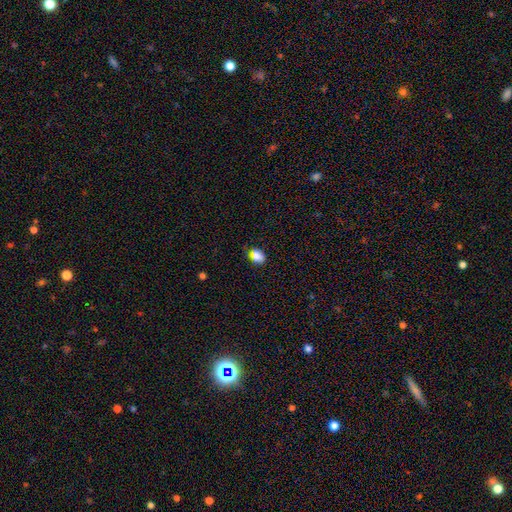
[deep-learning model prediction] Smooth or featured?
  - smooth: 79% *
  - star or artifact: 15%
  - featured or disk: 6%
How rounded?
  - in between: 73% *
  - round: 25%
  - cigar-shaped: 2%
Merging?
  - none: 65% *
  - minor disturbance: 25%
  - major disturbance: 6%
  - merger: 4%